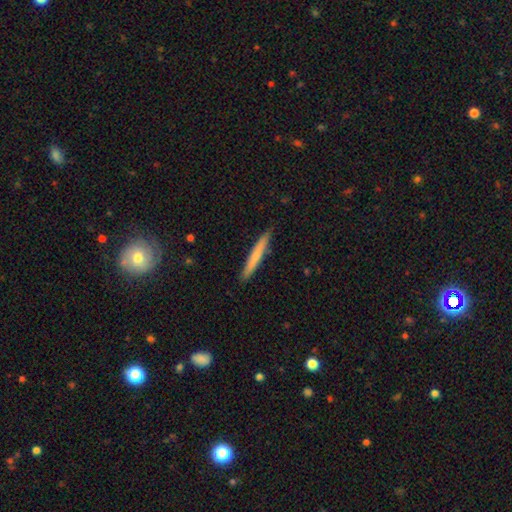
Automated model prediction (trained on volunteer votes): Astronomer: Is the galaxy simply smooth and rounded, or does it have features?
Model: smooth — 67%.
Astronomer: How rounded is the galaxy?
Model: cigar-shaped — 96%.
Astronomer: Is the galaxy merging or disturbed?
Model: none — 90%.